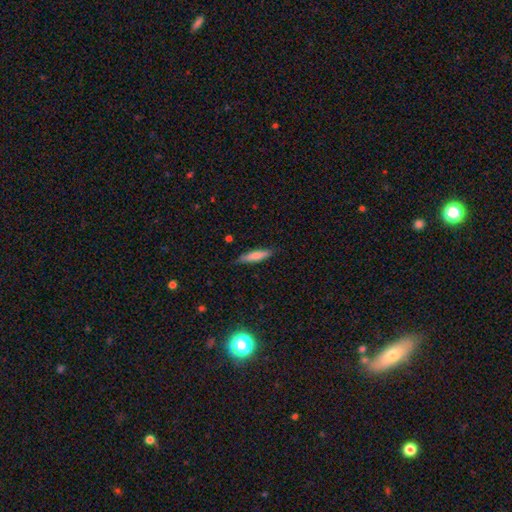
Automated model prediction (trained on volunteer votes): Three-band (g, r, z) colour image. It shows a smooth galaxy with no disk features (75%) that is cigar-shaped (80%). Merging: none (85%).